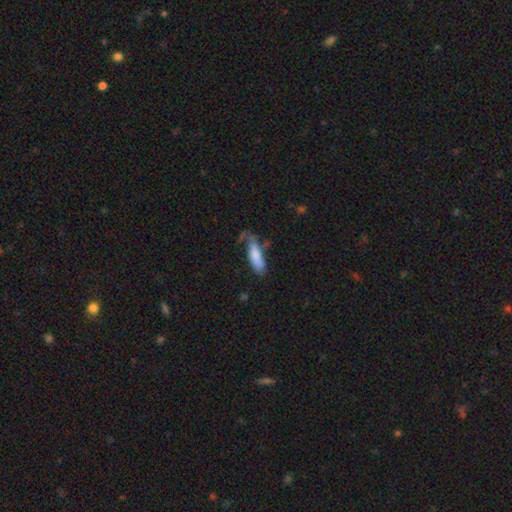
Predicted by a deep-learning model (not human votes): Smooth or featured? Predicted: smooth (p=0.77). How rounded? Predicted: cigar-shaped (p=0.55). Merging? Predicted: none (p=0.51).